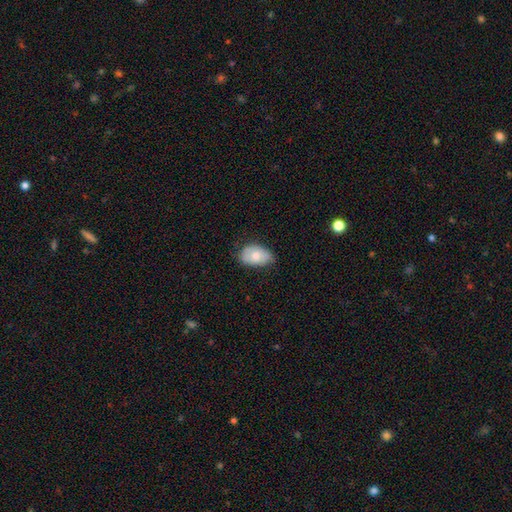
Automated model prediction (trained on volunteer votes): smooth_or_featured: smooth (p=0.71) [alt: featured or disk p=0.22]
how_rounded: in between (p=0.88) [alt: round p=0.10]
merging: none (p=0.65) [alt: minor disturbance p=0.29]